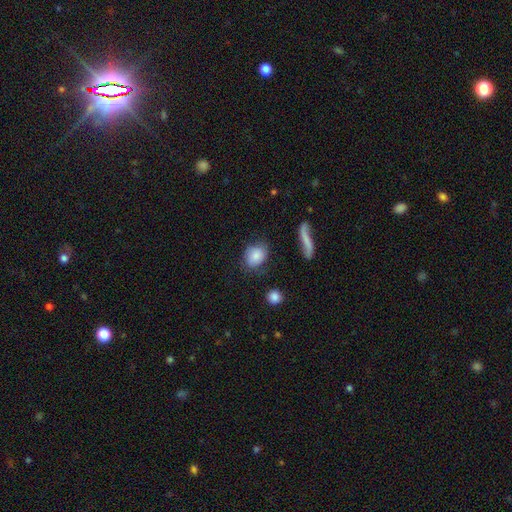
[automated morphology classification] smooth_or_featured: smooth (p=0.79) [alt: featured or disk p=0.13]
how_rounded: round (p=0.50) [alt: in between p=0.48]
merging: none (p=0.64) [alt: minor disturbance p=0.23]